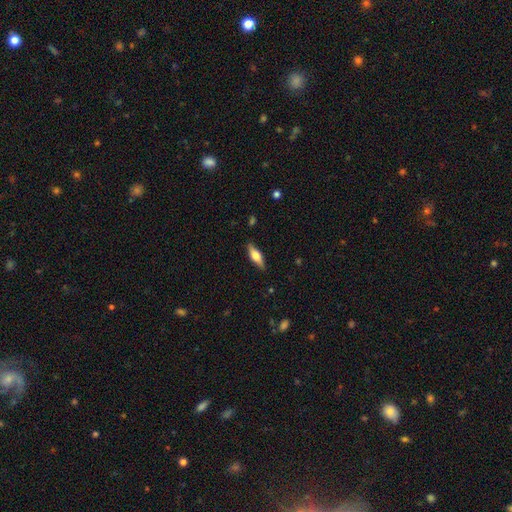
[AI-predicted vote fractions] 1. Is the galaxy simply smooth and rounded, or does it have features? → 48% featured or disk, 45% smooth, 6% star or artifact.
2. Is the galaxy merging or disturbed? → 87% none, 10% minor disturbance, 2% major disturbance, 1% merger.